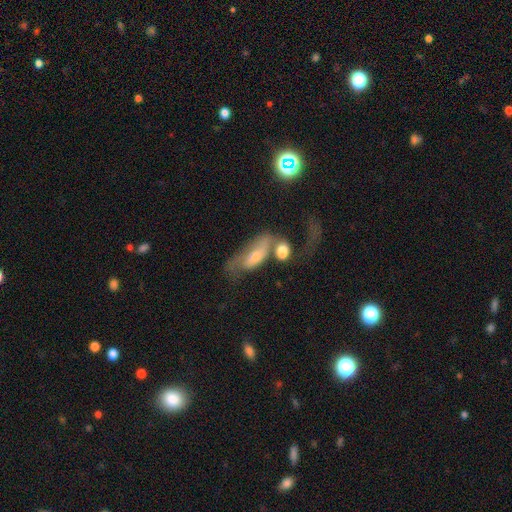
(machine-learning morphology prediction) Smooth or featured?
  - featured or disk: 49% *
  - smooth: 38%
  - star or artifact: 12%
Merging?
  - merger: 38% *
  - major disturbance: 26%
  - none: 22%
  - minor disturbance: 14%